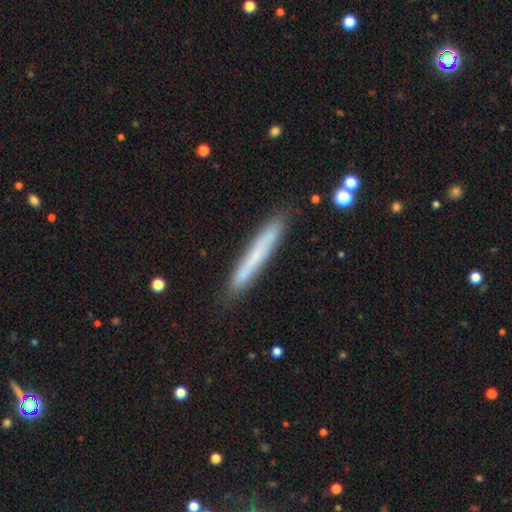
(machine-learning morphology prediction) The model was most divided on "smooth or featured": smooth: 60%, featured or disk: 32%, star or artifact: 8%. More confident: how rounded — cigar-shaped (96%); merging — none (87%).